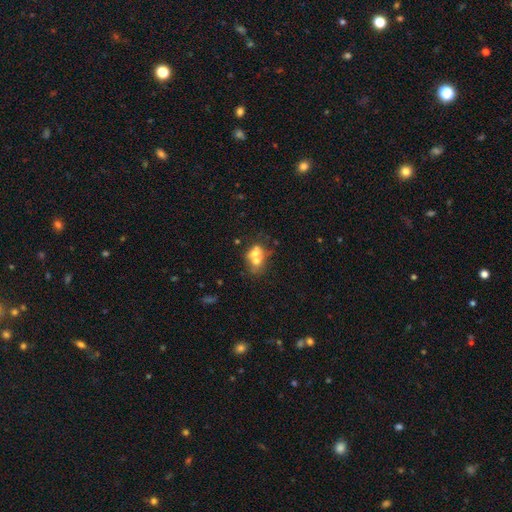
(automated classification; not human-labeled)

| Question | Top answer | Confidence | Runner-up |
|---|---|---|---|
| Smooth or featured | smooth | 56% | featured or disk (32%) |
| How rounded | round | 51% | in between (48%) |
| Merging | merger | 65% | none (22%) |